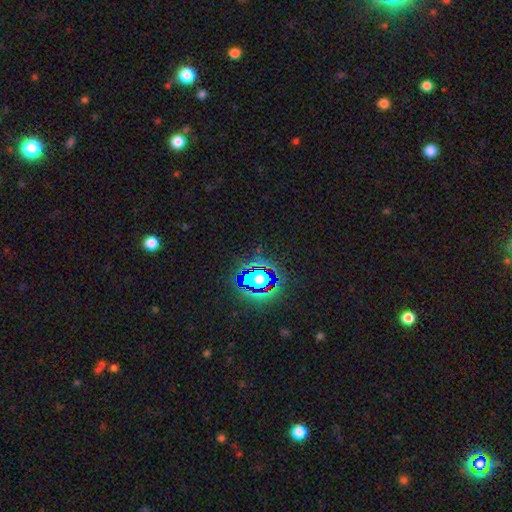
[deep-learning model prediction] Overall: star or artifact (79%).